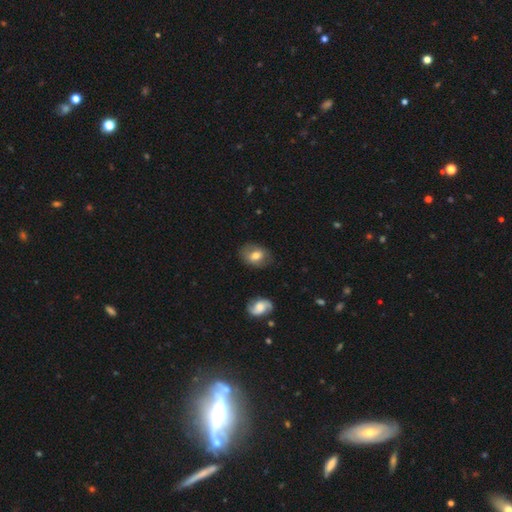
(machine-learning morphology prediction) smooth 65%, featured or disk 28%, star or artifact 8%. Down the decision tree: how rounded — in between (70%); merging — none (75%).